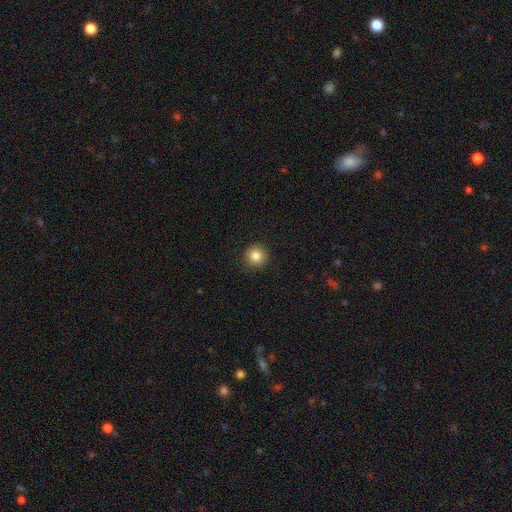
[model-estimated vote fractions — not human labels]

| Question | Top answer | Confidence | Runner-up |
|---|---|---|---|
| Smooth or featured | smooth | 85% | star or artifact (10%) |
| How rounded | round | 95% | in between (4%) |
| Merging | none | 92% | minor disturbance (5%) |